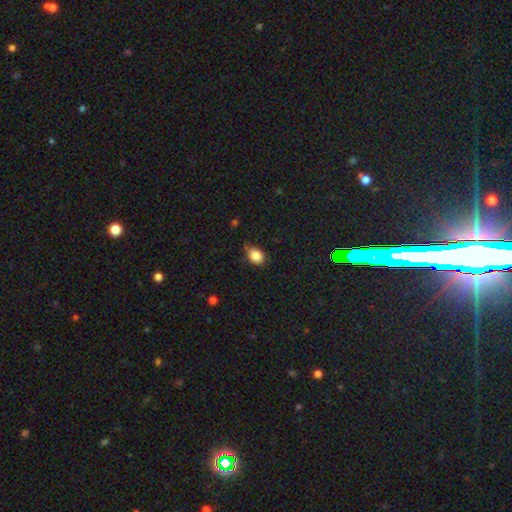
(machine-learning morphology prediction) smooth_or_featured: smooth (p=0.84) [alt: star or artifact p=0.09]
how_rounded: in between (p=0.70) [alt: round p=0.29]
merging: none (p=0.66) [alt: minor disturbance p=0.27]